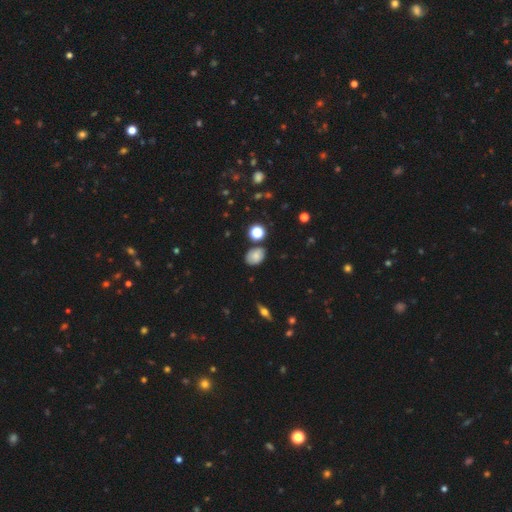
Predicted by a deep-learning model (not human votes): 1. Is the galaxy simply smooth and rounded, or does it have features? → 72% smooth, 14% star or artifact, 14% featured or disk.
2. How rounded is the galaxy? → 71% in between, 27% round, 1% cigar-shaped.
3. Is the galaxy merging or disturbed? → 75% none, 16% minor disturbance, 5% merger, 4% major disturbance.